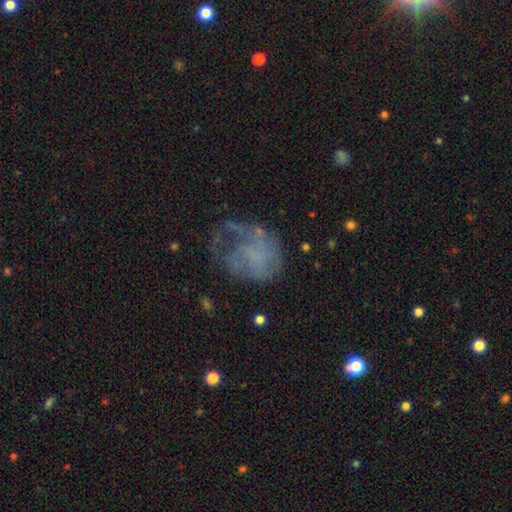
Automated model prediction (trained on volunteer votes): A featured or disk galaxy (50%).

Vote fractions:
- Smooth or featured? featured or disk: 50% / smooth: 36% / star or artifact: 14%
- Merging? major disturbance: 40% / none: 35% / minor disturbance: 22% / merger: 3%